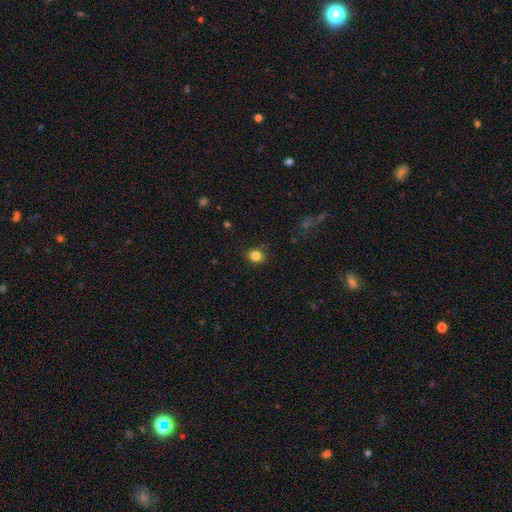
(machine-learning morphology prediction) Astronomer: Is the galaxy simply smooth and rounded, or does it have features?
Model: smooth — 84%.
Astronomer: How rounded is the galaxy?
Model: round — 51% (runner-up: in between, 49%).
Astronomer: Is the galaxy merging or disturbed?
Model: none — 85%.